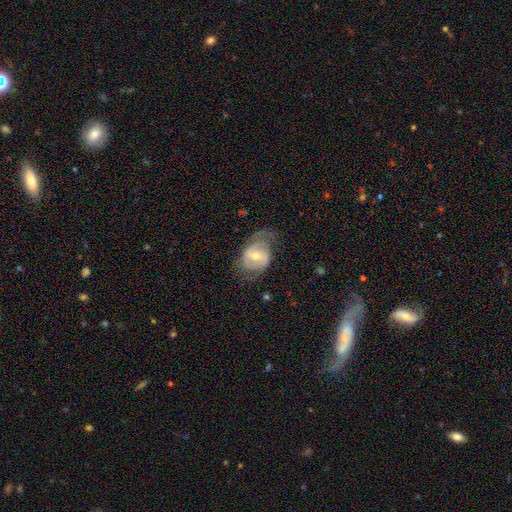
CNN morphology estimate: smooth-or-featured: featured or disk: 64% | smooth: 30% | star or artifact: 6%
  disk-edge-on: no: 96% | yes: 4%
    bar: weak: 46% | no: 30% | strong: 24%
    has-spiral-arms: yes: 72% | no: 28%
    bulge-size: moderate: 63% | small: 31% | large: 4% | none: 1% | dominant: 1%
  merging: none: 50% | minor disturbance: 28% | major disturbance: 21% | merger: 2%